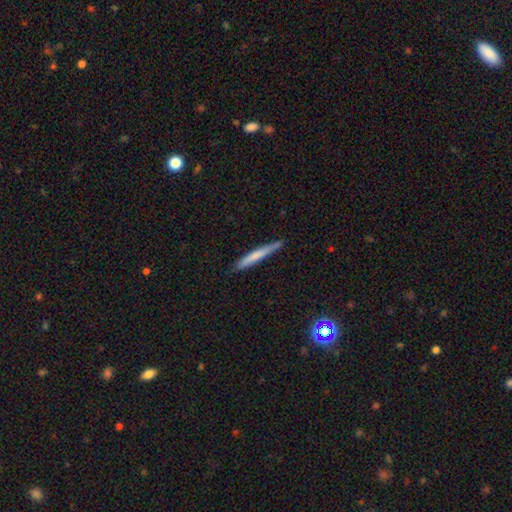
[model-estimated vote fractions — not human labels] This is likely a smooth galaxy (66%). How rounded: clearly cigar-shaped (96%). Merging: clearly none (84%).